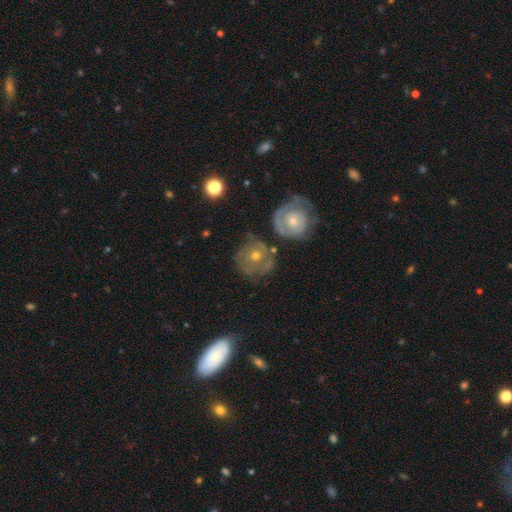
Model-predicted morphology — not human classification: Smooth or featured: featured or disk — 59% (smooth — 31%)
Edge-on disk: no — 96% (yes — 4%)
Bar: no — 81% (weak — 15%)
Spiral arms: yes — 73% (no — 27%)
Bulge size: moderate — 54% (small — 40%)
Merging: none — 64% (minor disturbance — 17%)